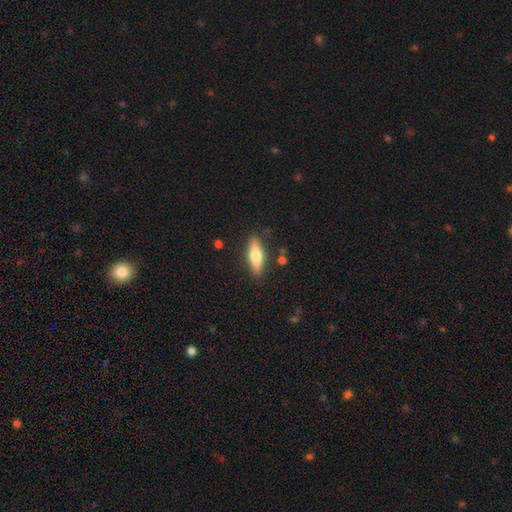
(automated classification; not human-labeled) smooth_or_featured: smooth (p=0.55) [alt: featured or disk p=0.39]
how_rounded: cigar-shaped (p=0.53) [alt: in between p=0.44]
merging: none (p=0.86) [alt: minor disturbance p=0.09]